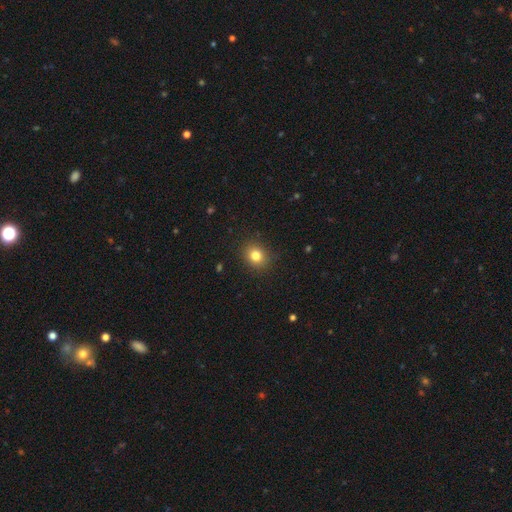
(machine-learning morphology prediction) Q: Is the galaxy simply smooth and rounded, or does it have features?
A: smooth — 81%.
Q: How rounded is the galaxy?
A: round — 69%.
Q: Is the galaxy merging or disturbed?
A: none — 89%.